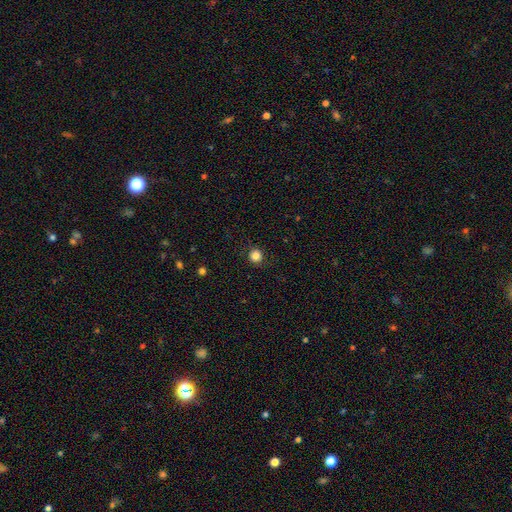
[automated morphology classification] smooth-or-featured: smooth: 84% | star or artifact: 12% | featured or disk: 4%
  how-rounded: round: 94% | in between: 5% | cigar-shaped: 1%
  merging: none: 90% | minor disturbance: 7% | major disturbance: 2% | merger: 1%